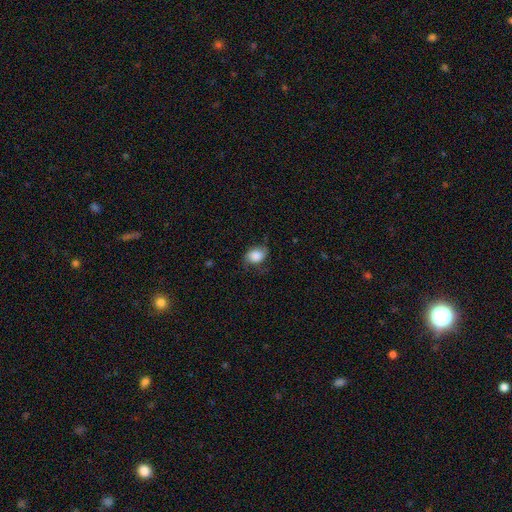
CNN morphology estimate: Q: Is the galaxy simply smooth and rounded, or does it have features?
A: smooth — 71%.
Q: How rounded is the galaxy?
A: in between — 72%.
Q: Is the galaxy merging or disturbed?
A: none — 59%.